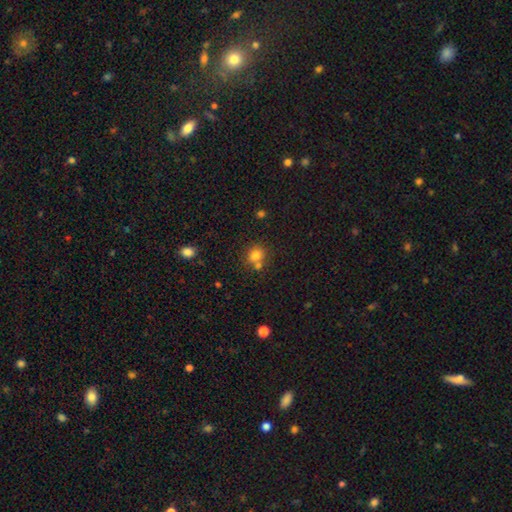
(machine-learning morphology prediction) A smooth galaxy with no disk features (78%) that is round (70%).

Vote fractions:
- Smooth or featured? smooth: 78% / star or artifact: 13% / featured or disk: 9%
- How rounded? round: 70% / in between: 29% / cigar-shaped: 1%
- Merging? none: 57% / merger: 28% / minor disturbance: 11% / major disturbance: 4%